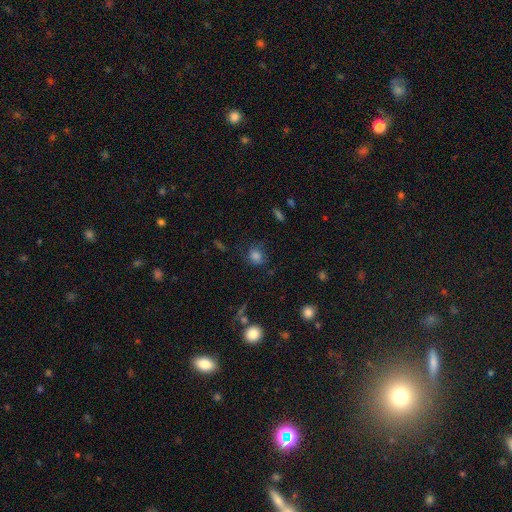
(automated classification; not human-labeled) A smooth galaxy with no disk features (78%) that is round (62%).

Vote fractions:
- Smooth or featured? smooth: 78% / star or artifact: 14% / featured or disk: 8%
- How rounded? round: 62% / in between: 37% / cigar-shaped: 1%
- Merging? none: 68% / minor disturbance: 20% / major disturbance: 9% / merger: 2%